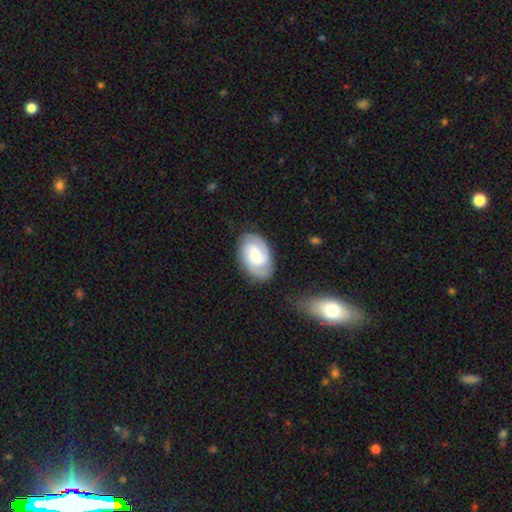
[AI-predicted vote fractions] Smooth or featured: featured or disk — 54% (smooth — 39%)
Edge-on disk: no — 97% (yes — 3%)
Bar: no — 49% (weak — 40%)
Spiral arms: yes — 88% (no — 12%)
Bulge size: small — 26% (moderate — 24%)
Merging: none — 72% (minor disturbance — 19%)